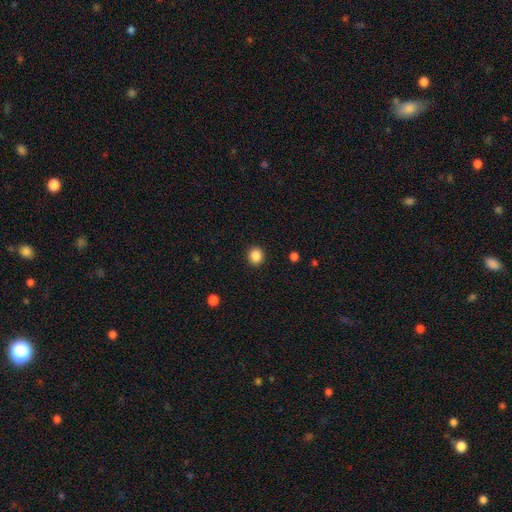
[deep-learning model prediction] The model was most divided on "how rounded": round: 85%, in between: 14%, cigar-shaped: 1%. More confident: merging — none (92%); smooth or featured — smooth (87%).